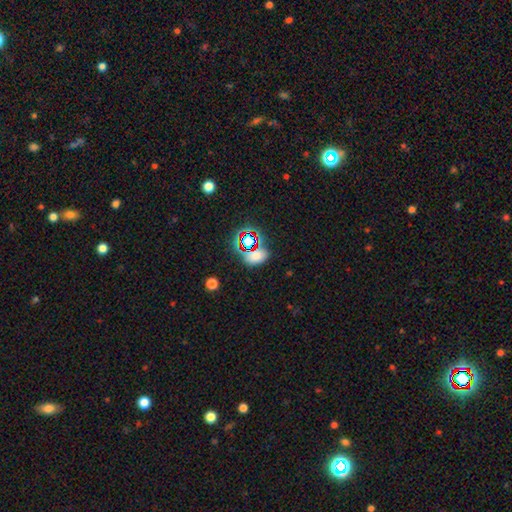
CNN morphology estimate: Smooth or featured? smooth (58%)
How rounded? in between (72%)
Merging? none (66%)